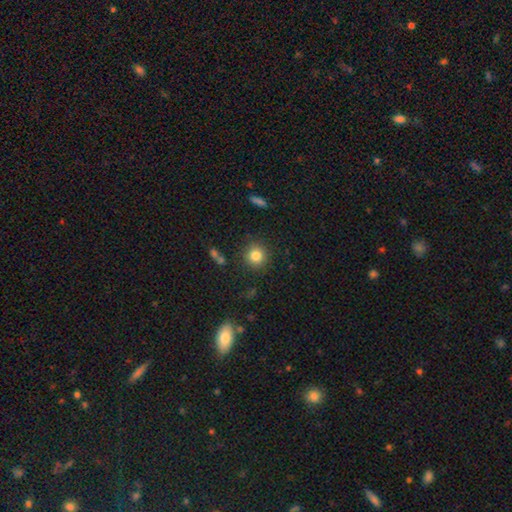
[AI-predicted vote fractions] This appears to be a smooth galaxy with no disk features (82%) that is round (92%). Merging: none (87%).